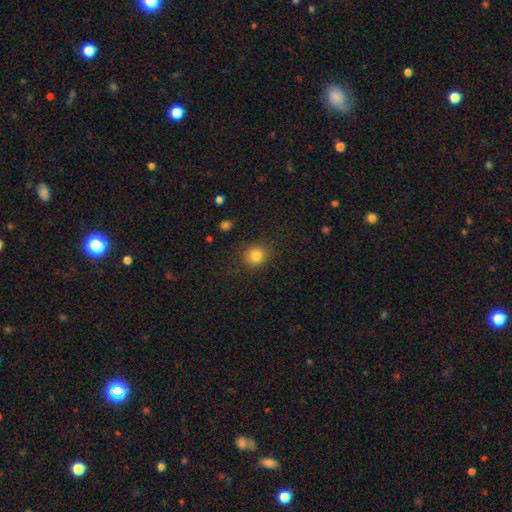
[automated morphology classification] A smooth galaxy with no disk features (83%) that is round (84%).

Vote fractions:
- Smooth or featured? smooth: 83% / star or artifact: 10% / featured or disk: 6%
- How rounded? round: 84% / in between: 15% / cigar-shaped: 1%
- Merging? none: 86% / minor disturbance: 9% / major disturbance: 4% / merger: 1%